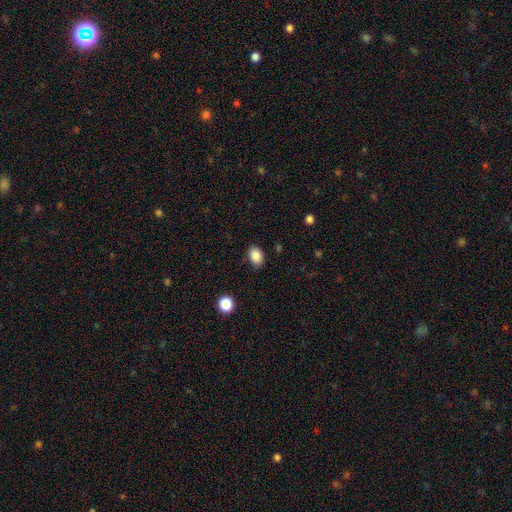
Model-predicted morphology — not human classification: This is clearly a smooth galaxy (87%). How rounded: likely in between (74%). Merging: clearly none (83%).